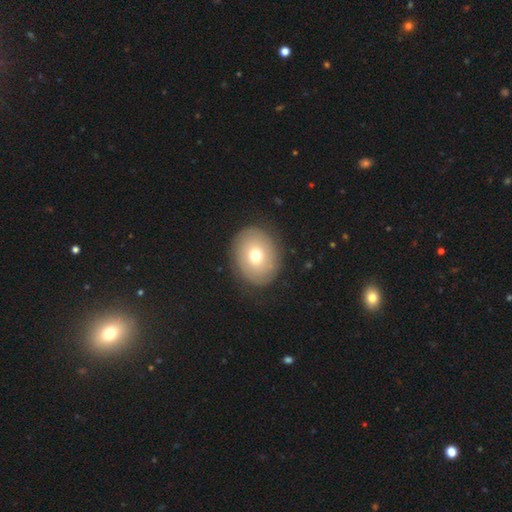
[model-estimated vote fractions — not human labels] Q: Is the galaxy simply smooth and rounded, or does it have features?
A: smooth — 63%.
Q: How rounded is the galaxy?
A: round — 54%.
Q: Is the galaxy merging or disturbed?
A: none — 85%.